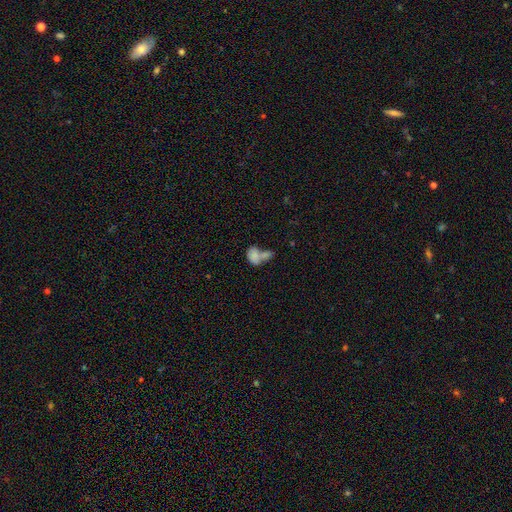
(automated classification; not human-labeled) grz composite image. It shows a smooth galaxy with no disk features (78%) that is in between round and cigar-shaped (82%). Merging: merger (67%).